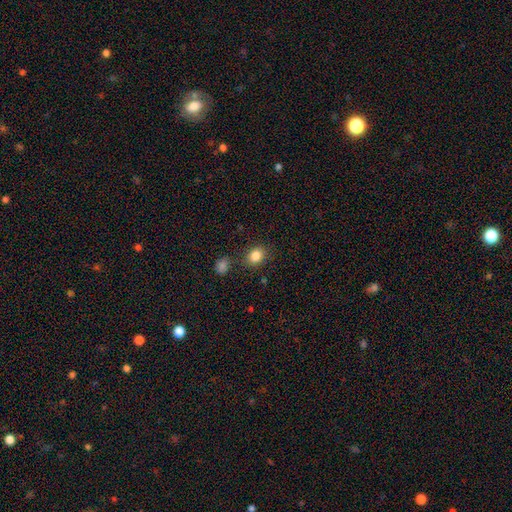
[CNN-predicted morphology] Q: Smooth or featured?
A: smooth (84%); runner-up: star or artifact (10%)
Q: How rounded?
A: round (52%); runner-up: in between (47%)
Q: Merging?
A: none (80%); runner-up: minor disturbance (11%)